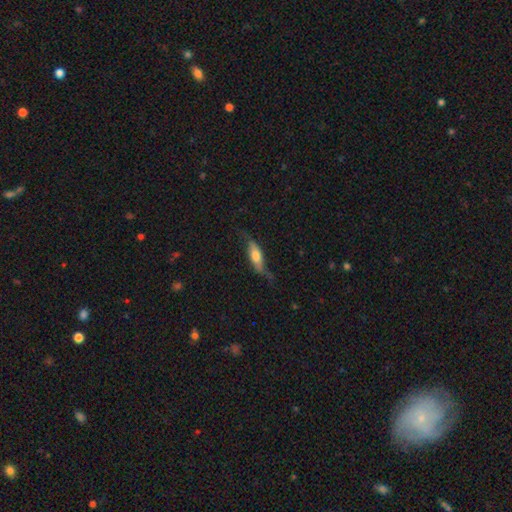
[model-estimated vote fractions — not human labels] This is possibly a smooth galaxy (50%). How rounded: possibly in between (51%). Merging: possibly none (54%).